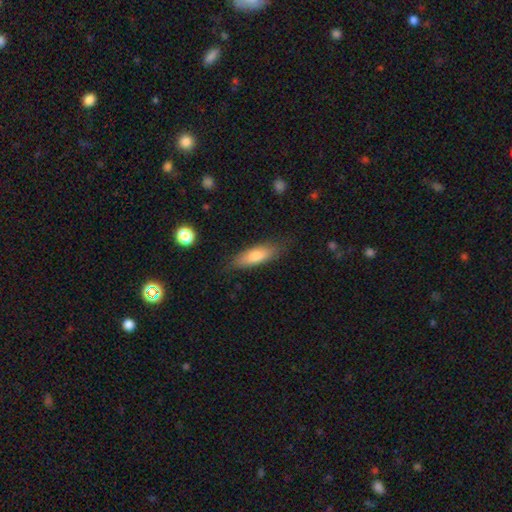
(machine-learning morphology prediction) A smooth galaxy with no disk features (74%) that is in between round and cigar-shaped (55%).

Vote fractions:
- Smooth or featured? smooth: 74% / featured or disk: 19% / star or artifact: 7%
- How rounded? in between: 55% / cigar-shaped: 43% / round: 2%
- Merging? none: 78% / minor disturbance: 16% / major disturbance: 4% / merger: 1%